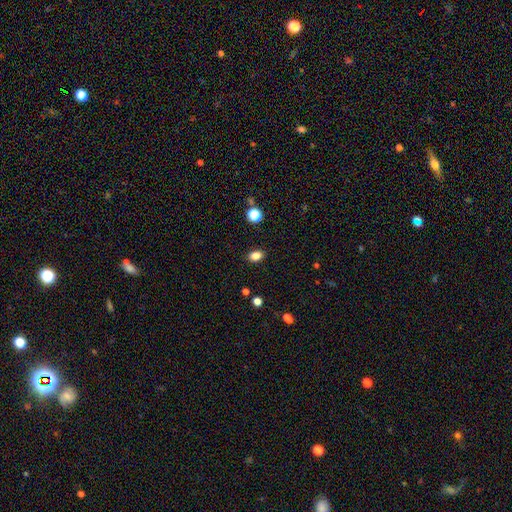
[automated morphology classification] Overall: smooth (84%). How rounded: in between (78%). Merging: none (88%).